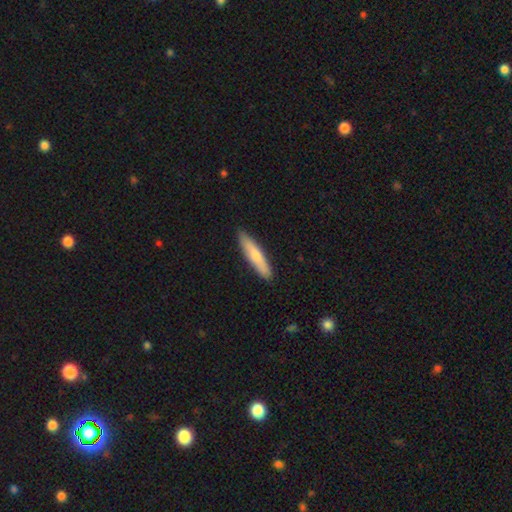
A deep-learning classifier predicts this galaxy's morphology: Smooth or featured: smooth — 69% (featured or disk — 26%)
How rounded: cigar-shaped — 85% (in between — 14%)
Merging: none — 89% (minor disturbance — 9%)